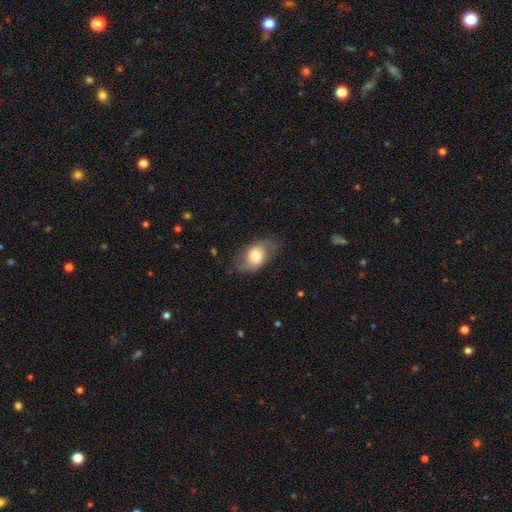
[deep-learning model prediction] Smooth or featured?
  - smooth: 59% *
  - featured or disk: 34%
  - star or artifact: 7%
How rounded?
  - in between: 80% *
  - round: 19%
  - cigar-shaped: 2%
Merging?
  - none: 67% *
  - minor disturbance: 21%
  - major disturbance: 10%
  - merger: 1%